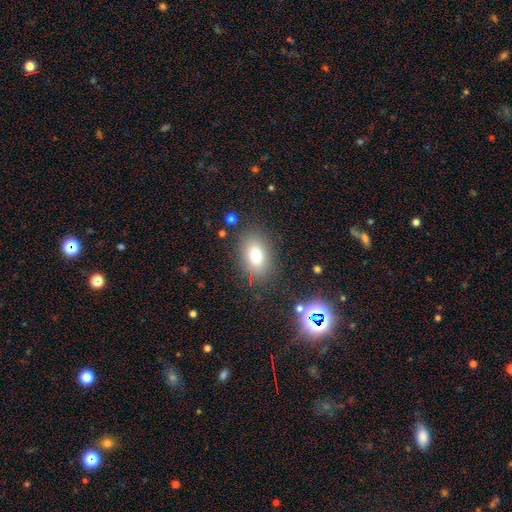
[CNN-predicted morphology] This is likely a smooth galaxy (74%). How rounded: likely in between (78%). Merging: clearly none (82%).